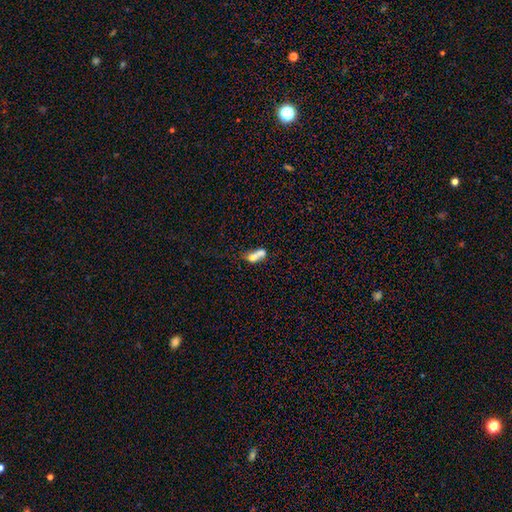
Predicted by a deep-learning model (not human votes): smooth_or_featured: smooth (p=0.64) [alt: featured or disk p=0.25]
how_rounded: in between (p=0.69) [alt: round p=0.17]
merging: merger (p=0.61) [alt: none p=0.20]